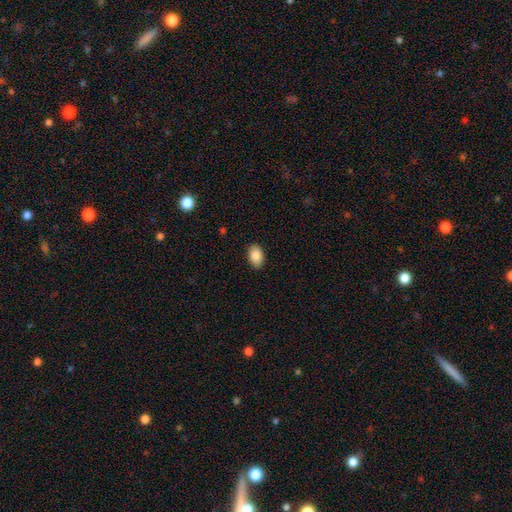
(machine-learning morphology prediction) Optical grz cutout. It shows a smooth galaxy with no disk features (88%) that is in between round and cigar-shaped (90%). Merging: none (88%).